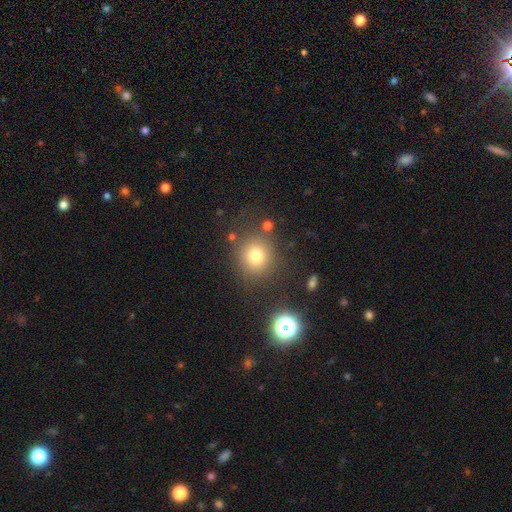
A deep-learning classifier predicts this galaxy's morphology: smooth_or_featured: smooth (p=0.76) [alt: star or artifact p=0.15]
how_rounded: round (p=0.86) [alt: in between p=0.13]
merging: none (p=0.80) [alt: minor disturbance p=0.10]